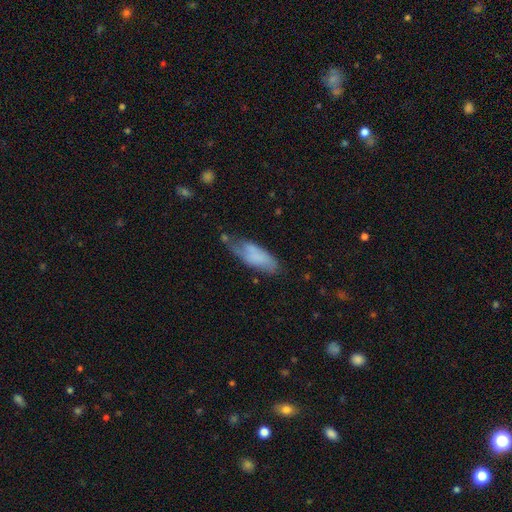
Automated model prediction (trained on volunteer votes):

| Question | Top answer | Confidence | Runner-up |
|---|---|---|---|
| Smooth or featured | smooth | 66% | featured or disk (26%) |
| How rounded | in between | 72% | cigar-shaped (25%) |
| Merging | none | 38% | minor disturbance (37%) |